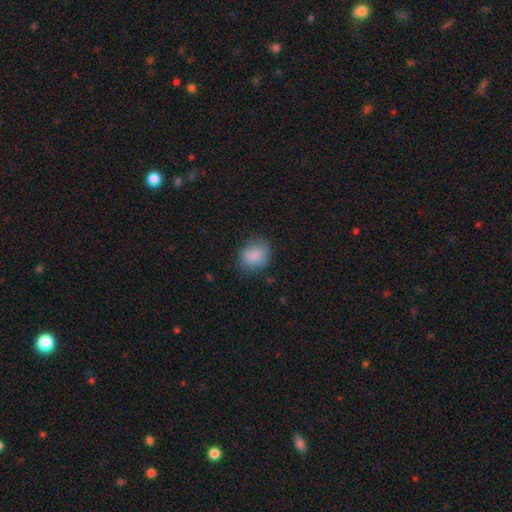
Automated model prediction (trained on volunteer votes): Overall: smooth (84%). How rounded: round (50%; in between 49%). Merging: none (67%).